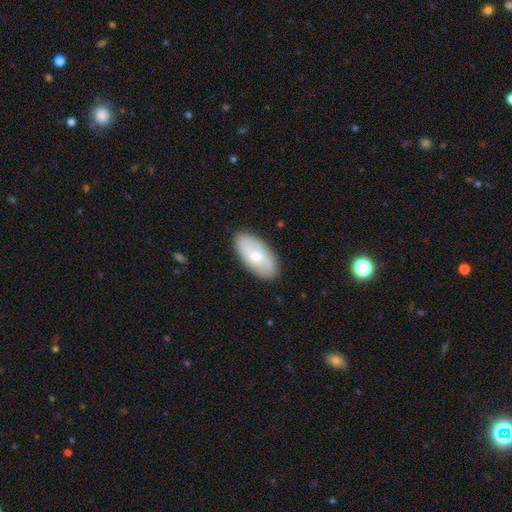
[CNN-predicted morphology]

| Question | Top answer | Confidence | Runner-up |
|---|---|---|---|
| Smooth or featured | smooth | 51% | featured or disk (43%) |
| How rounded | in between | 92% | cigar-shaped (5%) |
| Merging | none | 86% | minor disturbance (11%) |